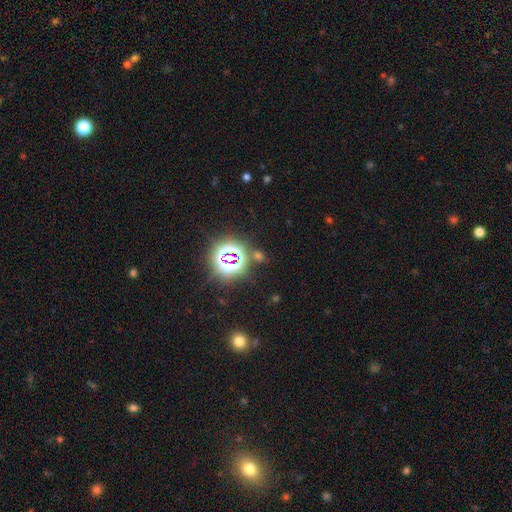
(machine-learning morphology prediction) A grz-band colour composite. It shows a star or artifact, not a galaxy (77%).